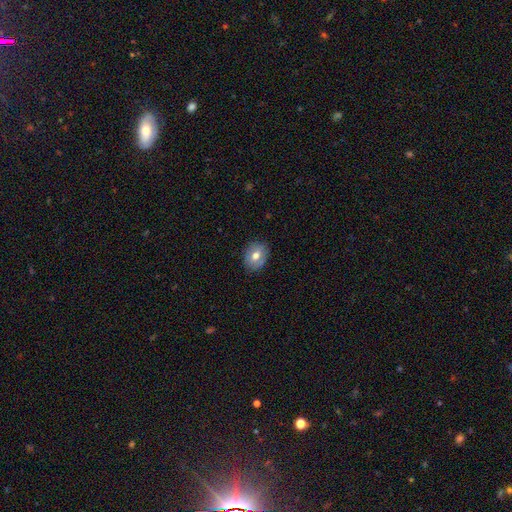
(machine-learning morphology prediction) Q: Smooth or featured?
A: smooth (67%); runner-up: featured or disk (25%)
Q: How rounded?
A: in between (52%); runner-up: round (47%)
Q: Merging?
A: none (84%); runner-up: minor disturbance (13%)